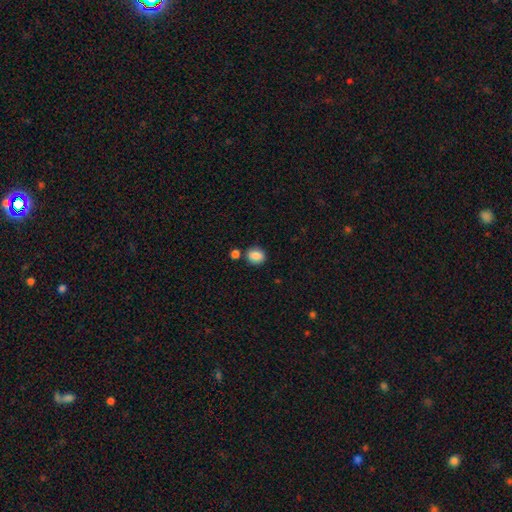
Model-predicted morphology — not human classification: Overall: smooth (86%). How rounded: round (57%; in between 42%). Merging: none (73%).